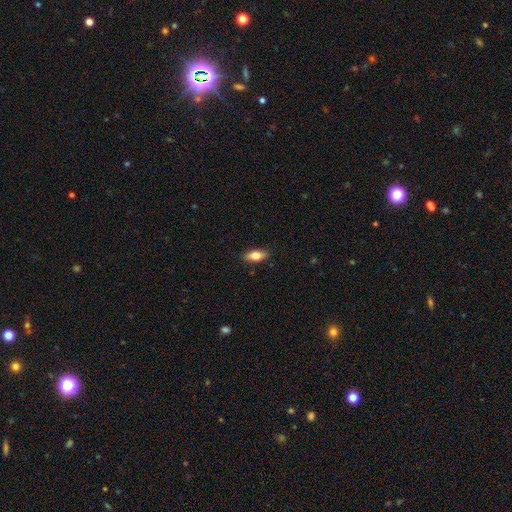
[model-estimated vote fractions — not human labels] smooth_or_featured: smooth (p=0.77) [alt: featured or disk p=0.16]
how_rounded: in between (p=0.84) [alt: cigar-shaped p=0.13]
merging: none (p=0.87) [alt: minor disturbance p=0.10]